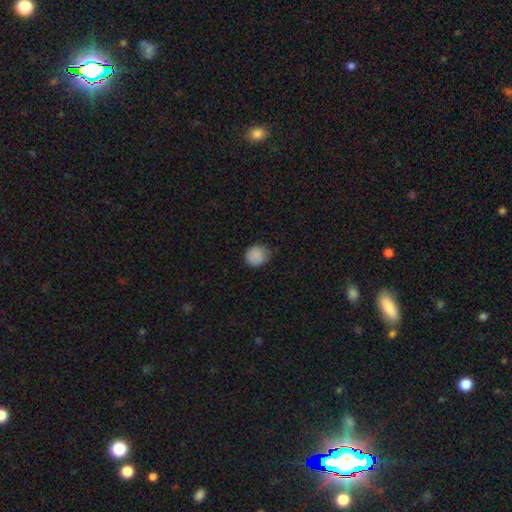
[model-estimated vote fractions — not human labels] Smooth or featured?
  - smooth: 88% *
  - star or artifact: 8%
  - featured or disk: 4%
How rounded?
  - round: 84% *
  - in between: 15%
  - cigar-shaped: 1%
Merging?
  - none: 72% *
  - minor disturbance: 24%
  - major disturbance: 4%
  - merger: 1%